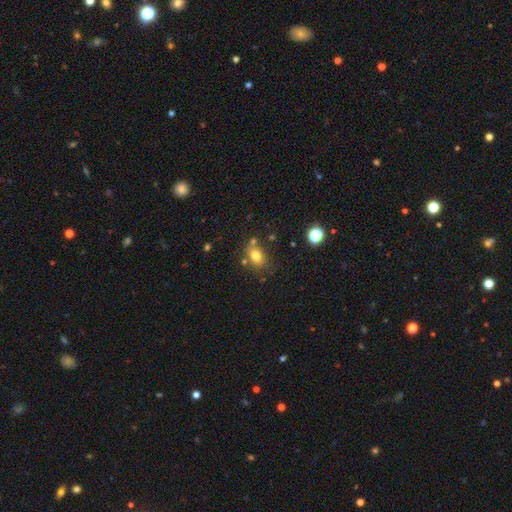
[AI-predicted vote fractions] Smooth or featured?
  - smooth: 77% *
  - star or artifact: 12%
  - featured or disk: 11%
How rounded?
  - in between: 71% *
  - round: 28%
  - cigar-shaped: 1%
Merging?
  - none: 69% *
  - minor disturbance: 15%
  - merger: 11%
  - major disturbance: 4%